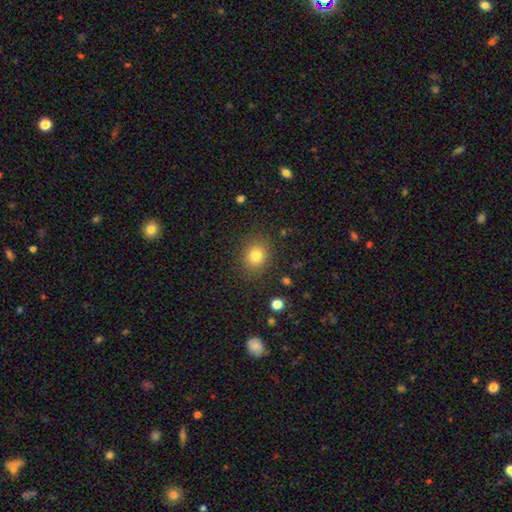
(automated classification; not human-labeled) Smooth or featured?
  - smooth: 81% *
  - star or artifact: 12%
  - featured or disk: 7%
How rounded?
  - round: 62% *
  - in between: 37%
  - cigar-shaped: 1%
Merging?
  - none: 86% *
  - minor disturbance: 9%
  - major disturbance: 3%
  - merger: 2%